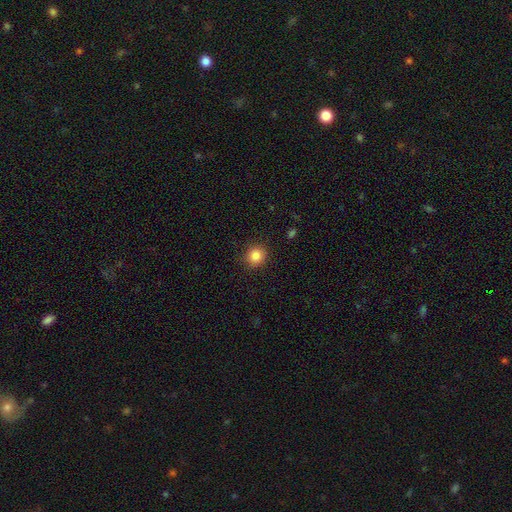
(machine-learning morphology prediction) Smooth or featured? smooth (85%)
How rounded? round (88%)
Merging? none (90%)